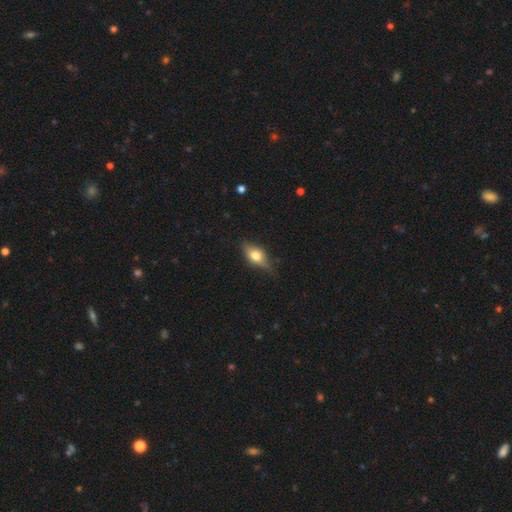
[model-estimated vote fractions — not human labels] Overall: smooth (61%; featured or disk 31%). How rounded: in between (78%). Merging: none (72%).